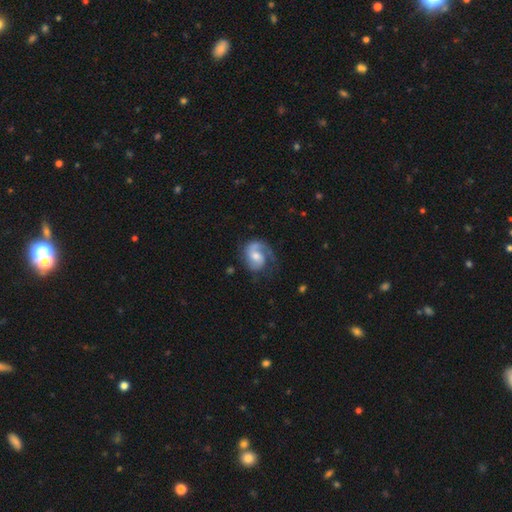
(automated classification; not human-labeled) smooth_or_featured: featured or disk (p=0.78) [alt: smooth p=0.16]
disk_edge_on: no (p=0.98) [alt: yes p=0.02]
bar: no (p=0.49) [alt: weak p=0.42]
has_spiral_arms: yes (p=0.95) [alt: no p=0.05]
spiral_winding: medium (p=0.46) [alt: tight p=0.28]
spiral_arm_count: 2 (p=0.49) [alt: 1 p=0.43]
bulge_size: moderate (p=0.56) [alt: small p=0.30]
merging: none (p=0.59) [alt: minor disturbance p=0.21]